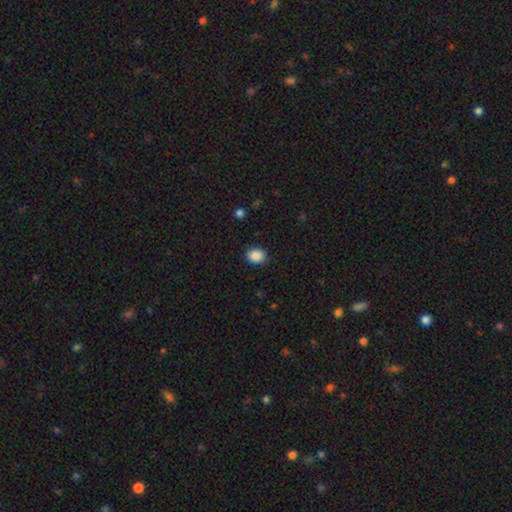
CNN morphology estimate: This is clearly a smooth galaxy (89%). How rounded: possibly in between (50%). Merging: clearly none (89%).